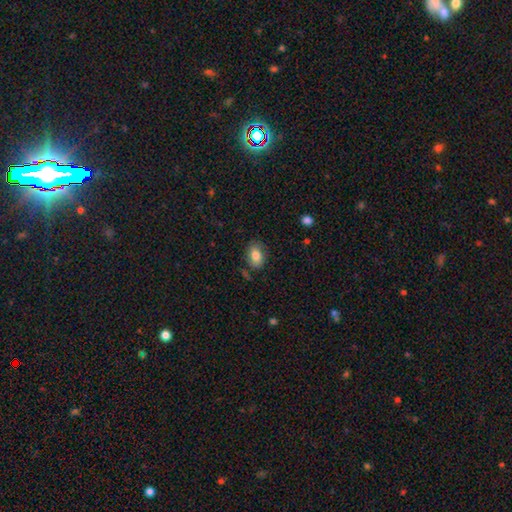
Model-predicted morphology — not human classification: A smooth galaxy with no disk features (80%) that is in between round and cigar-shaped (80%).

Vote fractions:
- Smooth or featured? smooth: 80% / featured or disk: 12% / star or artifact: 8%
- How rounded? in between: 80% / round: 19% / cigar-shaped: 1%
- Merging? none: 78% / minor disturbance: 15% / major disturbance: 4% / merger: 3%